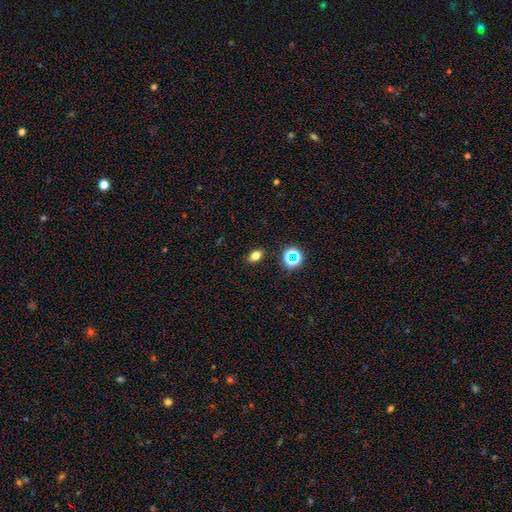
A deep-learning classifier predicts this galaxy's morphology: Smooth or featured? Predicted: smooth (p=0.74). How rounded? Predicted: in between (p=0.76). Merging? Predicted: none (p=0.87).